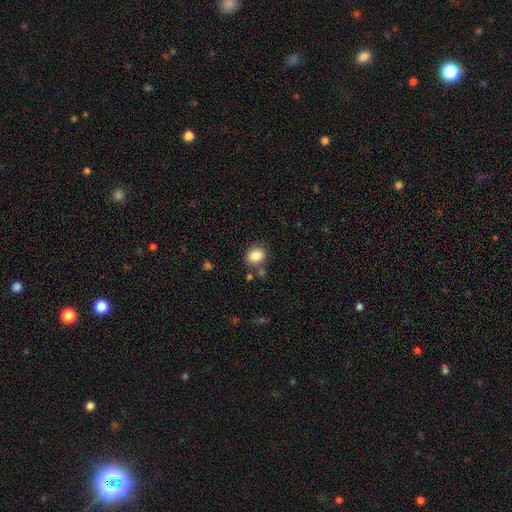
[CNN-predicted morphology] smooth_or_featured: smooth (p=0.85) [alt: star or artifact p=0.09]
how_rounded: round (p=0.56) [alt: in between p=0.43]
merging: none (p=0.78) [alt: minor disturbance p=0.12]